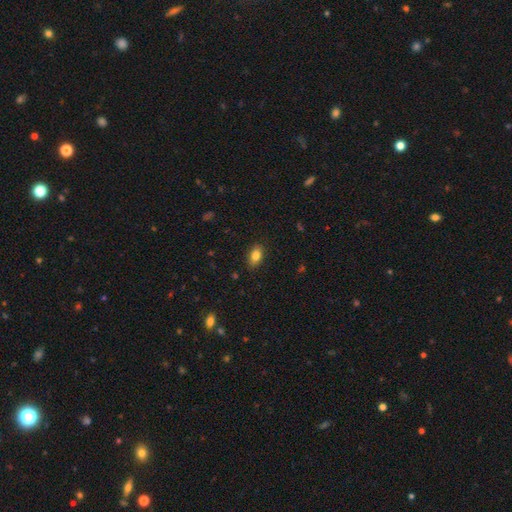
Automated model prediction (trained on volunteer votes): A smooth galaxy with no disk features (83%) that is in between round and cigar-shaped (85%).

Vote fractions:
- Smooth or featured? smooth: 83% / star or artifact: 9% / featured or disk: 8%
- How rounded? in between: 85% / round: 13% / cigar-shaped: 3%
- Merging? none: 85% / minor disturbance: 12% / major disturbance: 2% / merger: 1%